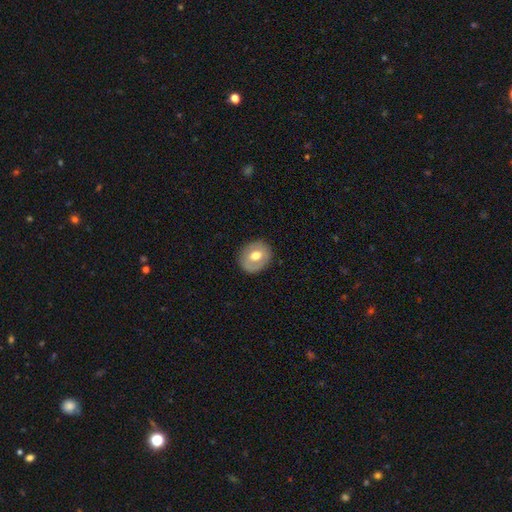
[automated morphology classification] smooth-or-featured: smooth: 61% | featured or disk: 32% | star or artifact: 7%
  how-rounded: round: 67% | in between: 32% | cigar-shaped: 1%
  merging: none: 85% | minor disturbance: 11% | major disturbance: 3% | merger: 1%